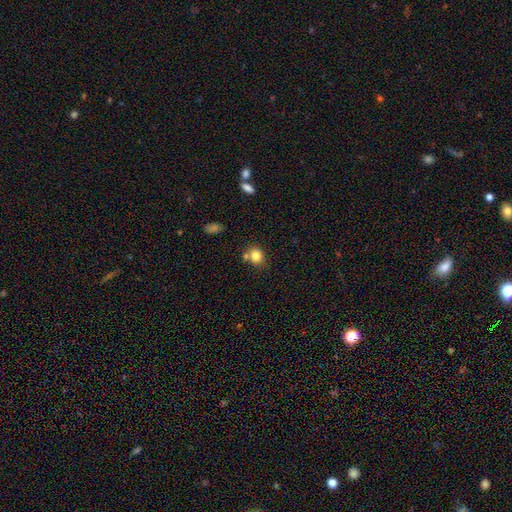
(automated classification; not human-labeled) Smooth or featured? smooth (81%)
How rounded? round (72%)
Merging? none (65%)